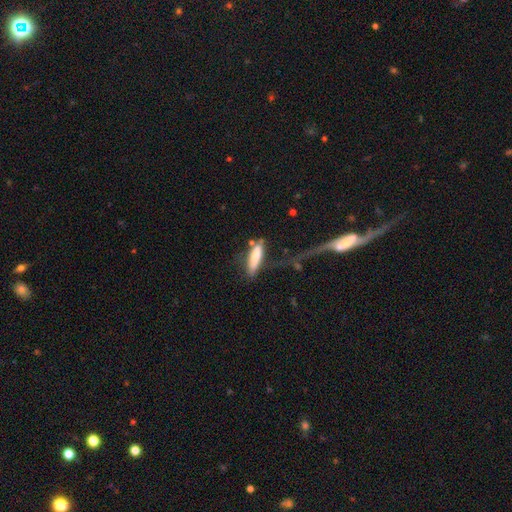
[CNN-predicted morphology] A smooth galaxy with no disk features (73%) that is cigar-shaped (67%). Merging: none (44%).